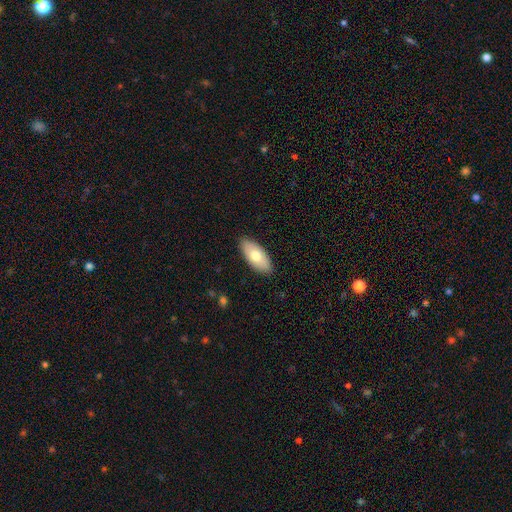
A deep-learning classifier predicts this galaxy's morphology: Smooth or featured: smooth — 73% (featured or disk — 22%)
How rounded: in between — 90% (cigar-shaped — 8%)
Merging: none — 88% (minor disturbance — 9%)